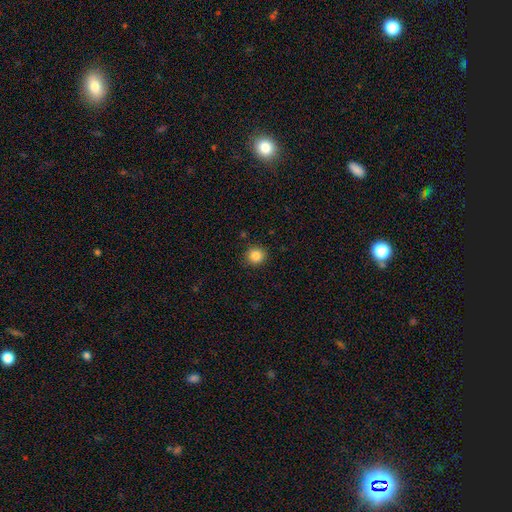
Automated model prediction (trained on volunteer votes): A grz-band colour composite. It shows a smooth galaxy with no disk features (86%) that is round (93%). Merging: none (91%).